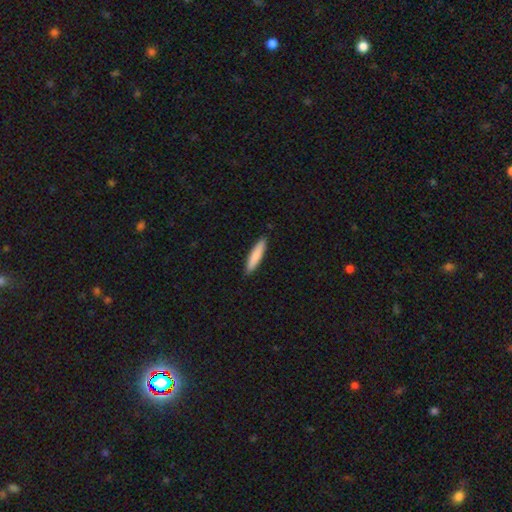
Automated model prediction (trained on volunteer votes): A smooth galaxy with no disk features (81%) that is cigar-shaped (86%). Merging: none (90%).